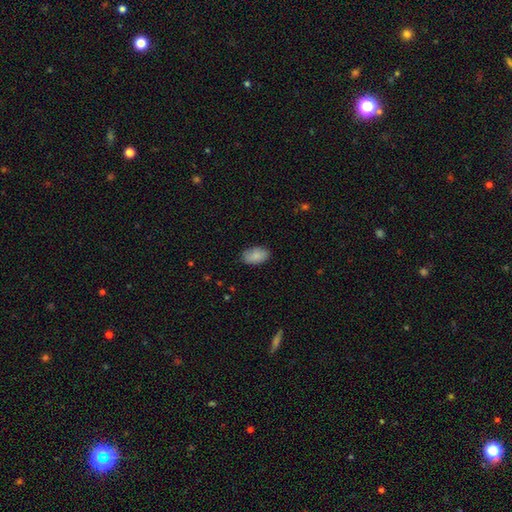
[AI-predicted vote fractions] This appears to be a smooth galaxy with no disk features (87%) that is in between round and cigar-shaped (93%). Merging: none (84%).